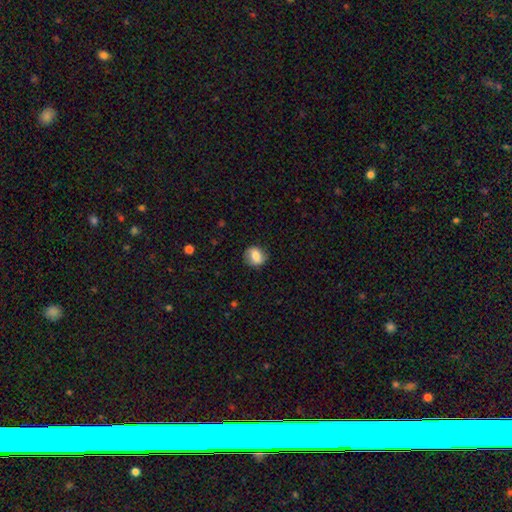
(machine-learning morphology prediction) A smooth galaxy with no disk features (67%) that is round (69%). Merging: none (79%).